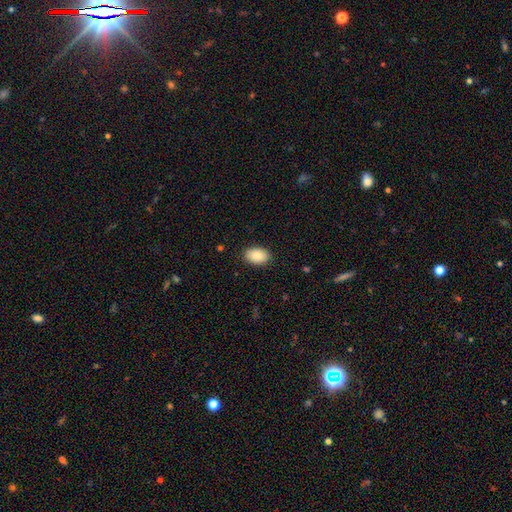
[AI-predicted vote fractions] Smooth or featured: smooth — 87% (star or artifact — 7%)
How rounded: in between — 91% (round — 8%)
Merging: none — 89% (minor disturbance — 8%)